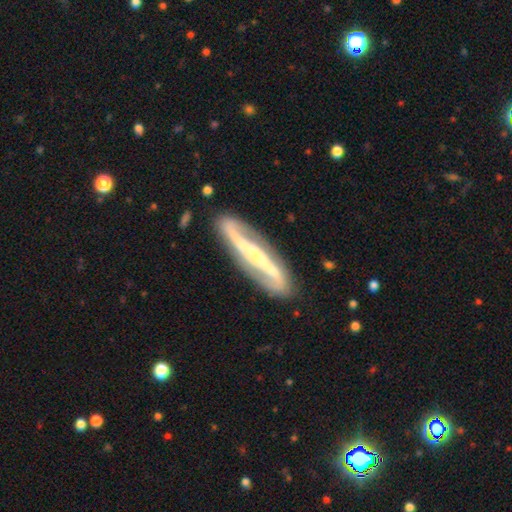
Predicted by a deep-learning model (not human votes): A featured or disk galaxy (84%) with a strong bar (68%), 2 (91%) loose (41%) spiral arms (93%) and a small central bulge (40%).

Vote fractions:
- Smooth or featured? featured or disk: 84% / smooth: 11% / star or artifact: 5%
- Edge-on disk? no: 71% / yes: 29%
- Bar? strong: 68% / weak: 18% / no: 13%
- Spiral arms? yes: 93% / no: 7%
- Spiral winding? loose: 41% / medium: 38% / tight: 21%
- Spiral arm count? 2: 91% / can't tell: 4% / 1: 2% / 3: 1% / 4: 1% / more than 4: 1%
- Bulge size? small: 40% / moderate: 33% / none: 13% / large: 11% / dominant: 3%
- Merging? none: 83% / minor disturbance: 12% / major disturbance: 4% / merger: 2%